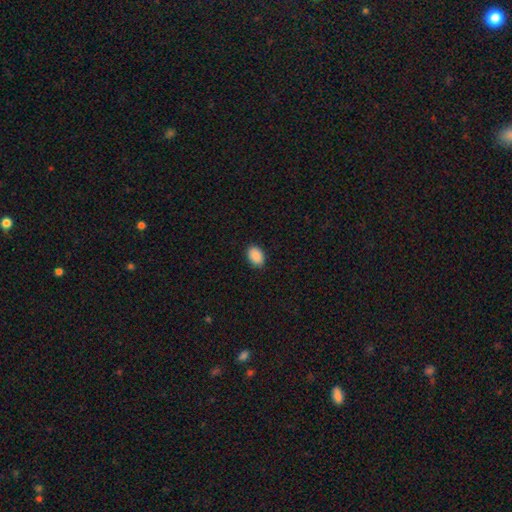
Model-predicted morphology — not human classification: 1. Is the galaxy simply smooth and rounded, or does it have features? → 90% smooth, 7% star or artifact, 3% featured or disk.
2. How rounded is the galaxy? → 87% in between, 12% round, 1% cigar-shaped.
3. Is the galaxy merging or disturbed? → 90% none, 8% minor disturbance, 2% major disturbance, 1% merger.